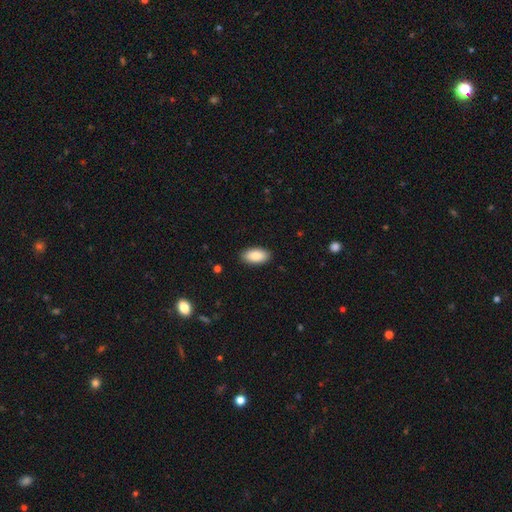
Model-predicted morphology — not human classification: The model was most divided on "smooth or featured": smooth: 88%, star or artifact: 6%, featured or disk: 6%. More confident: how rounded — in between (94%); merging — none (90%).